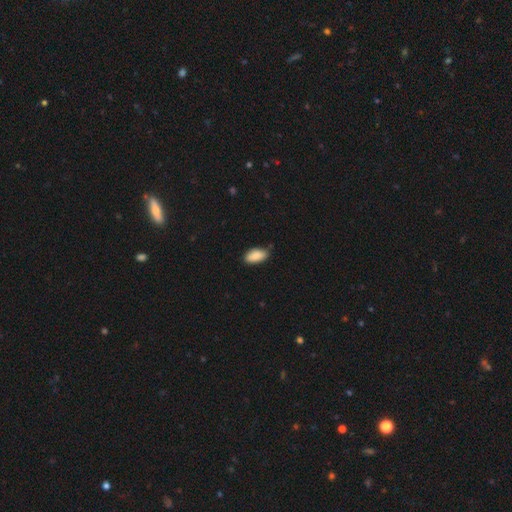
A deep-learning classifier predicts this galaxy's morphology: The model was most divided on "merging": none: 70%, minor disturbance: 25%, major disturbance: 3%, merger: 2%. More confident: how rounded — in between (93%); smooth or featured — smooth (88%).